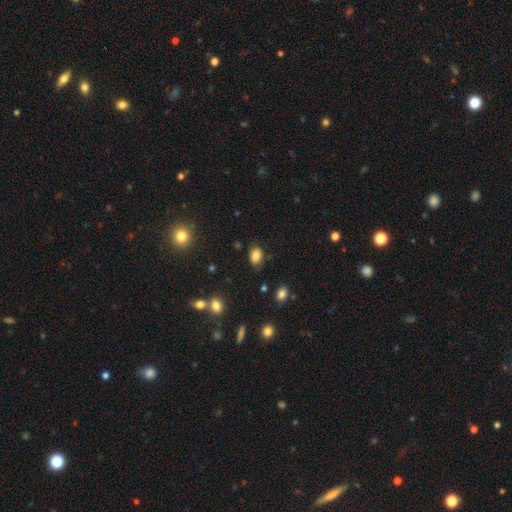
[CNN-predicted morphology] This appears to be a smooth galaxy with no disk features (84%) that is in between round and cigar-shaped (83%). Merging: none (80%).